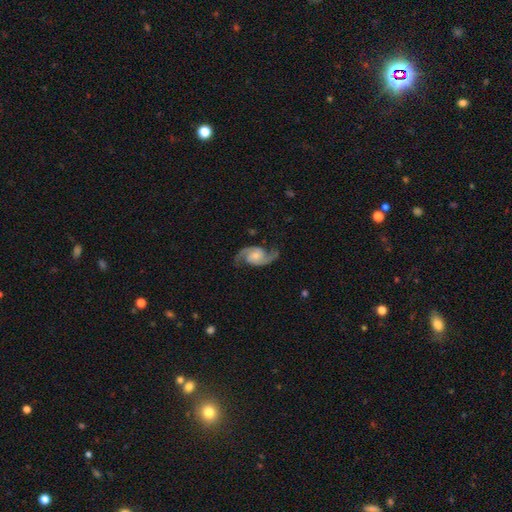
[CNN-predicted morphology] featured or disk 91%, smooth 5%, star or artifact 4%. Down the decision tree: edge-on disk — no (98%); bar — no (61%); spiral arms — yes (98%); spiral arm count — 2 (94%); spiral winding — medium (51%); bulge size — small (43%); merging — none (79%).